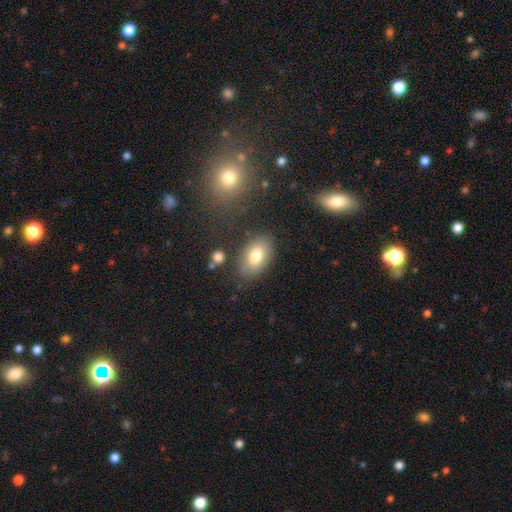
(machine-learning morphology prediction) This appears to be a smooth galaxy with no disk features (77%) that is in between round and cigar-shaped (91%). Merging: none (79%).